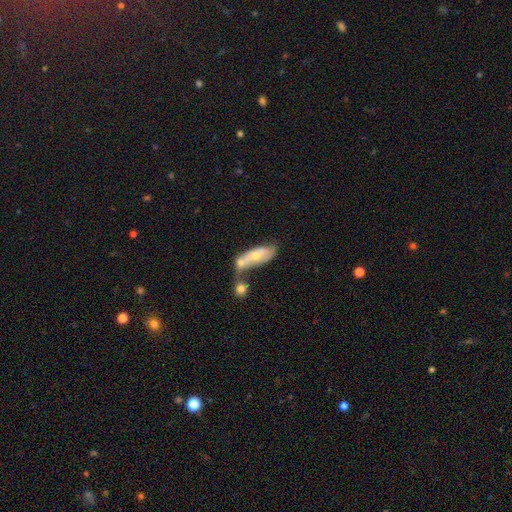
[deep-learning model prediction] smooth-or-featured: smooth: 52% | featured or disk: 41% | star or artifact: 7%
  how-rounded: in between: 71% | cigar-shaped: 25% | round: 4%
  merging: merger: 57% | none: 20% | minor disturbance: 14% | major disturbance: 10%